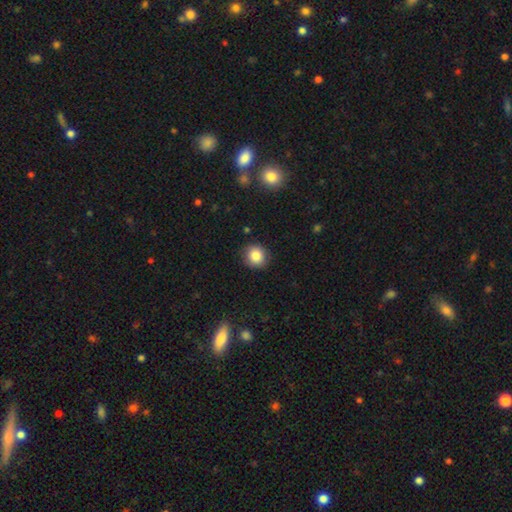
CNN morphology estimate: Smooth or featured? smooth (85%)
How rounded? round (86%)
Merging? none (88%)